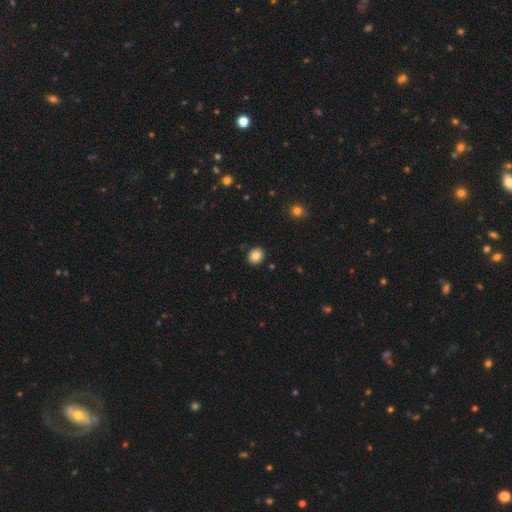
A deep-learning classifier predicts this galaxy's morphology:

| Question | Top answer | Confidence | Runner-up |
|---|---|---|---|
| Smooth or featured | smooth | 84% | star or artifact (10%) |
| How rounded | round | 75% | in between (24%) |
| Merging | none | 91% | minor disturbance (6%) |